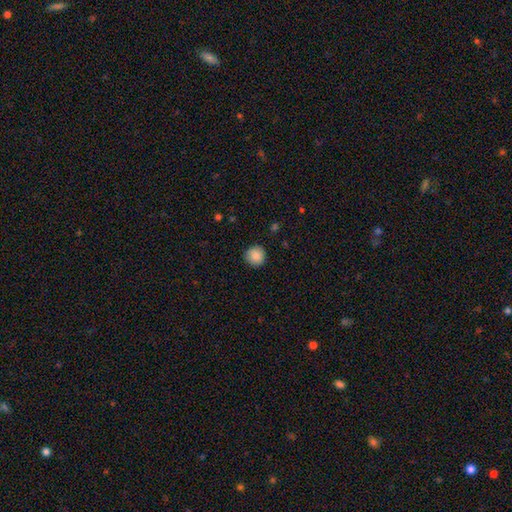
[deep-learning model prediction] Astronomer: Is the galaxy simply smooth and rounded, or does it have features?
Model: smooth — 88%.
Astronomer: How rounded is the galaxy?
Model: round — 94%.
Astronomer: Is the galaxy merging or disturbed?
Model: none — 90%.